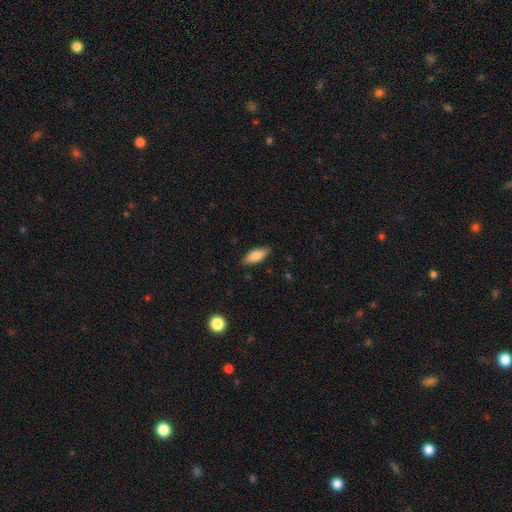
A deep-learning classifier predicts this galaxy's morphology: Smooth or featured?
  - smooth: 82% *
  - featured or disk: 12%
  - star or artifact: 6%
How rounded?
  - in between: 74% *
  - cigar-shaped: 24%
  - round: 2%
Merging?
  - none: 86% *
  - minor disturbance: 11%
  - major disturbance: 2%
  - merger: 1%